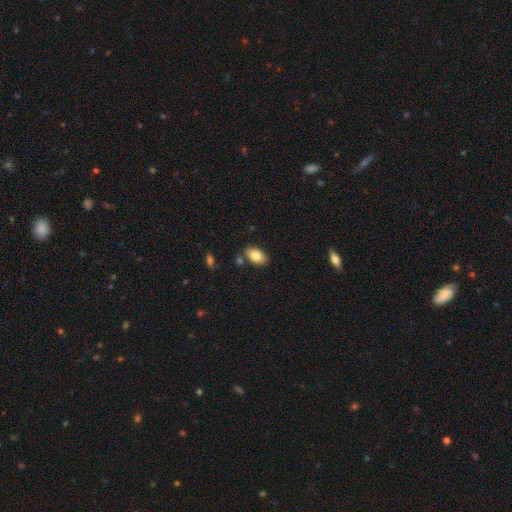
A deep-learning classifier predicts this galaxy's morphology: Smooth or featured? Predicted: smooth (p=0.81). How rounded? Predicted: in between (p=0.90). Merging? Predicted: none (p=0.80).